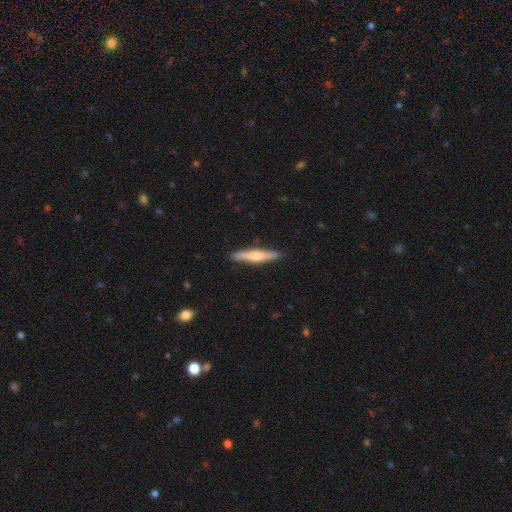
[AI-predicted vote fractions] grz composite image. It shows a featured or disk galaxy (48%). Merging: none (89%).